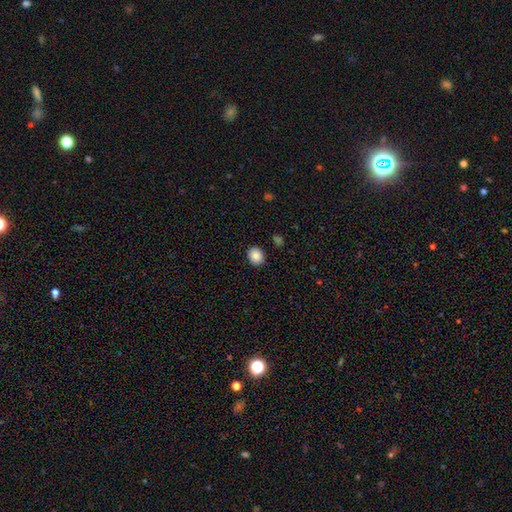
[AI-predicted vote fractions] smooth-or-featured: smooth: 87% | star or artifact: 9% | featured or disk: 4%
  how-rounded: round: 61% | in between: 38% | cigar-shaped: 1%
  merging: none: 89% | minor disturbance: 7% | major disturbance: 2% | merger: 2%